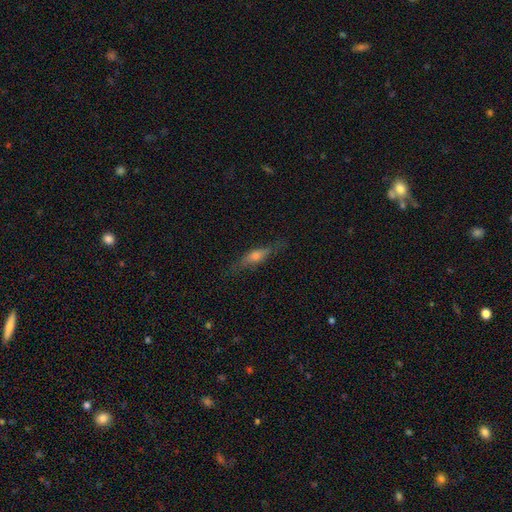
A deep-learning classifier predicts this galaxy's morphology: Overall: featured or disk (56%; smooth 34%). Edge-on disk: yes (85%). Merging: none (78%).